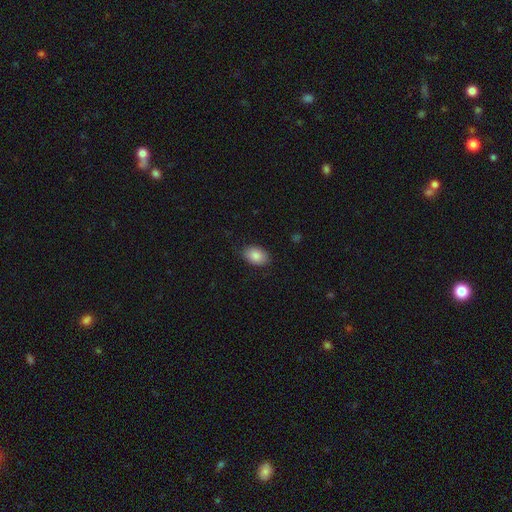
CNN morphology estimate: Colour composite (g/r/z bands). It shows a smooth galaxy with no disk features (87%) that is in between round and cigar-shaped (87%). Merging: none (84%).